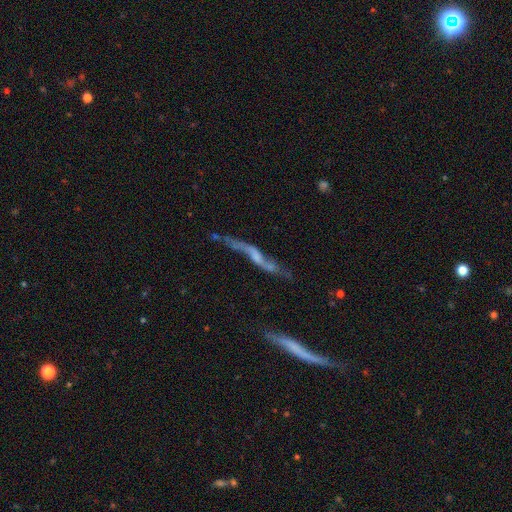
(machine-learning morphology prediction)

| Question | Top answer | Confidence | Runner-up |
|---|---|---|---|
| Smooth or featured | featured or disk | 74% | smooth (17%) |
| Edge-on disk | no | 55% | yes (45%) |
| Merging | none | 49% | minor disturbance (20%) |